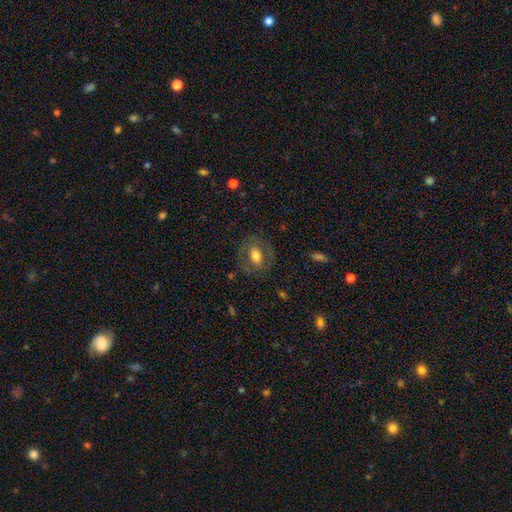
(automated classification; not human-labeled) The model was most divided on "smooth or featured": smooth: 57%, featured or disk: 35%, star or artifact: 8%. More confident: merging — none (76%); how rounded — in between (65%).